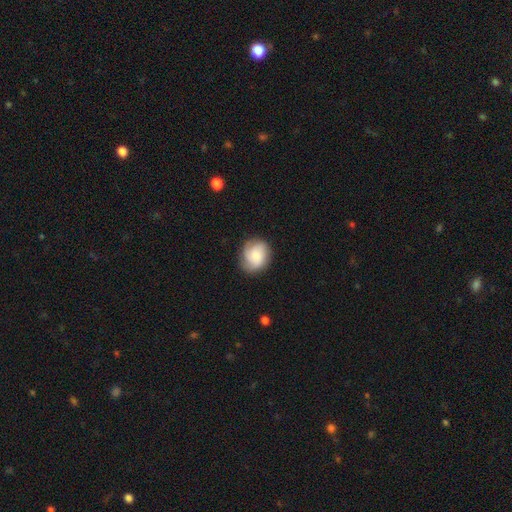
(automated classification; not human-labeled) Overall: smooth (54%; featured or disk 38%). How rounded: round (66%; in between 33%). Merging: none (76%).